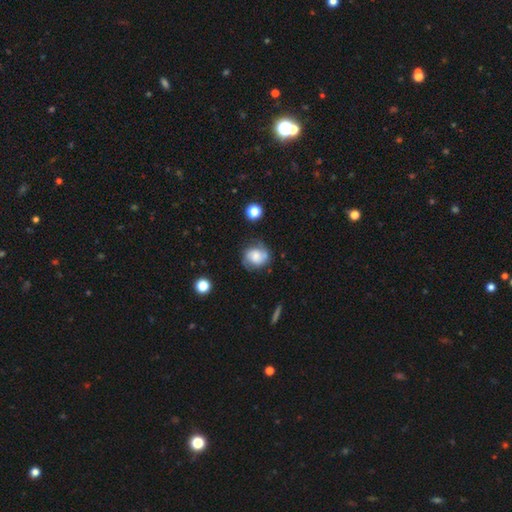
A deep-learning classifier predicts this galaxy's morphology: Smooth or featured? featured or disk (56%)
Edge-on disk? no (97%)
Bar? no (63%)
Spiral arms? yes (89%)
Bulge size? moderate (35%)
Merging? none (65%)